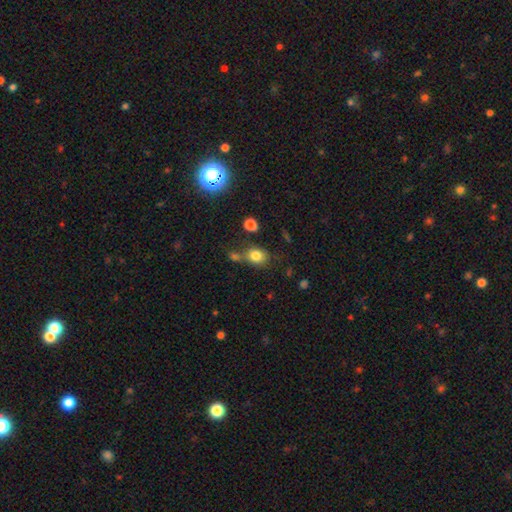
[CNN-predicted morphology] Q: Smooth or featured?
A: smooth (79%); runner-up: star or artifact (12%)
Q: How rounded?
A: round (56%); runner-up: in between (43%)
Q: Merging?
A: none (59%); runner-up: merger (19%)